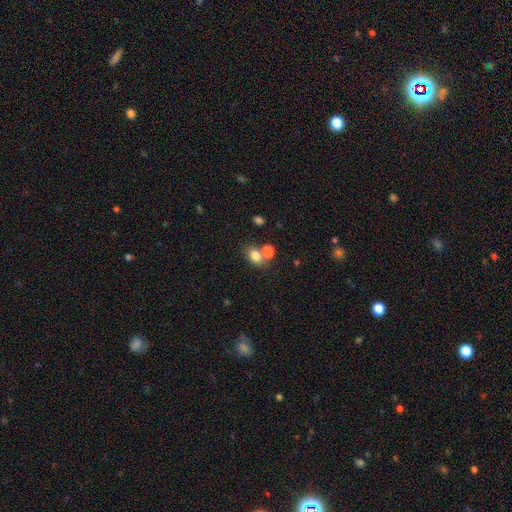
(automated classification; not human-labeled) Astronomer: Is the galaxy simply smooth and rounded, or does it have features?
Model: smooth — 79%.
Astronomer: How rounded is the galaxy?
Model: in between — 72%.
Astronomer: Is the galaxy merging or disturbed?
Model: none — 51% (runner-up: merger, 33%).